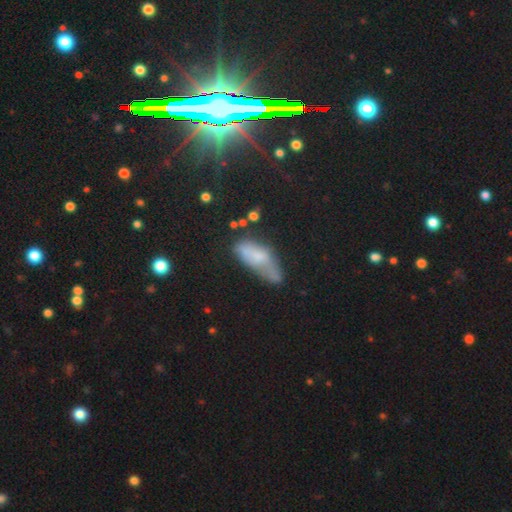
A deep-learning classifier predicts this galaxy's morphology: A smooth galaxy with no disk features (60%) that is in between round and cigar-shaped (73%). Merging: none (34%).